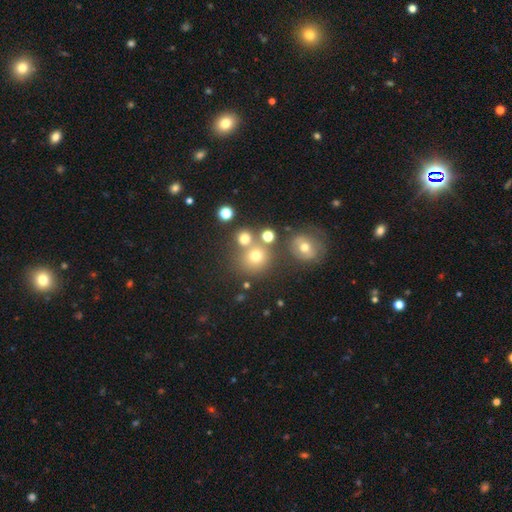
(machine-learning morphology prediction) Smooth or featured: smooth — 68% (star or artifact — 19%)
How rounded: round — 84% (in between — 15%)
Merging: none — 60% (merger — 25%)